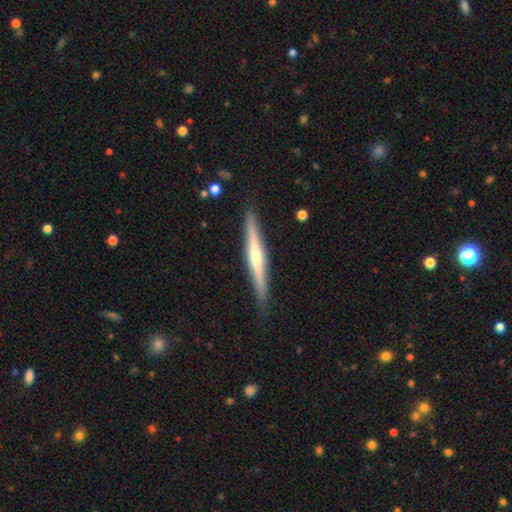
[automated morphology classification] Smooth or featured? Predicted: featured or disk (p=0.68). Edge-on disk? Predicted: yes (p=0.97). Edge-on bulge? Predicted: rounded (p=0.69). Merging? Predicted: none (p=0.89).